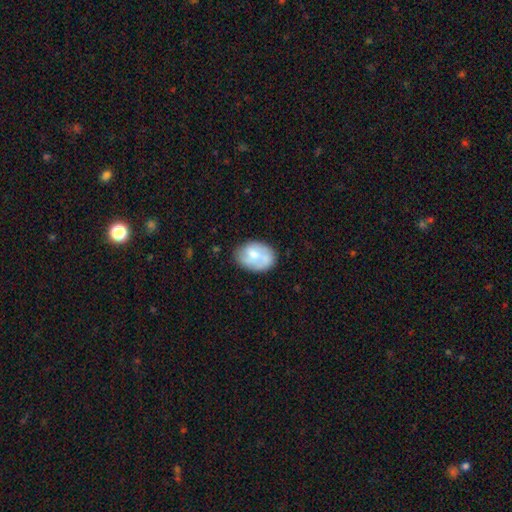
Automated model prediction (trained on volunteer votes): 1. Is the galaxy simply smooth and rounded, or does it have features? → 64% smooth, 30% featured or disk, 7% star or artifact.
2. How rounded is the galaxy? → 77% in between, 22% round, 1% cigar-shaped.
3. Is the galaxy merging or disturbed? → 60% none, 26% minor disturbance, 9% major disturbance, 6% merger.